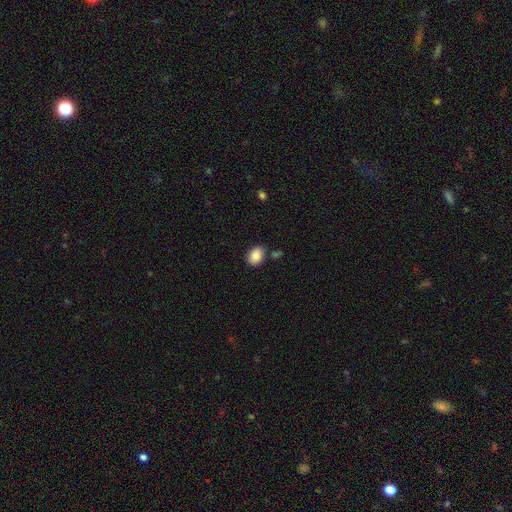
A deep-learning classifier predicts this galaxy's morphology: type=smooth (86%); roundness=in between (61%); merging=none (77%).